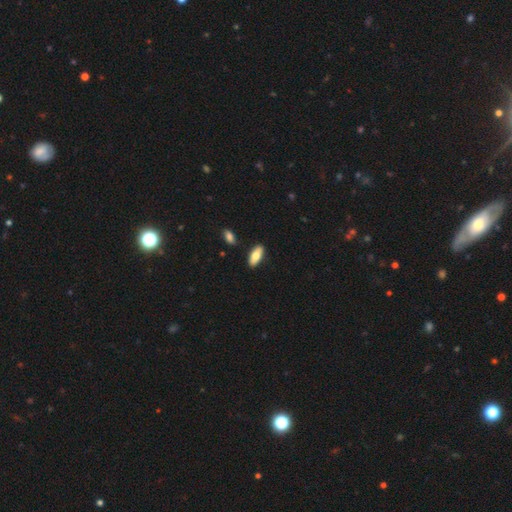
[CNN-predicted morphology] smooth 74%, featured or disk 20%, star or artifact 6%. Down the decision tree: how rounded — in between (85%); merging — none (87%).